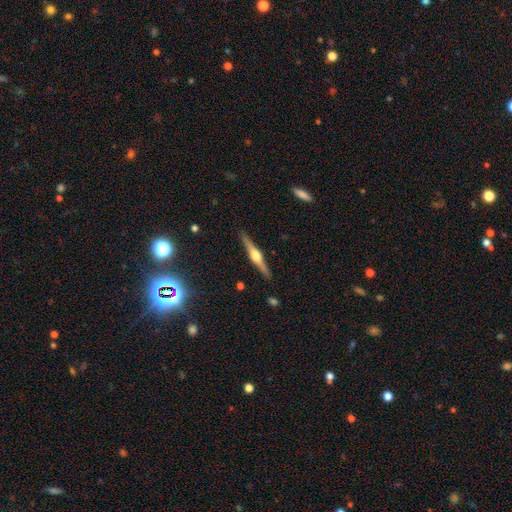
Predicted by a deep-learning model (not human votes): The model was most divided on "smooth or featured": featured or disk: 77%, smooth: 17%, star or artifact: 6%. More confident: edge-on disk — yes (98%); edge-on bulge — rounded (93%); merging — none (90%).